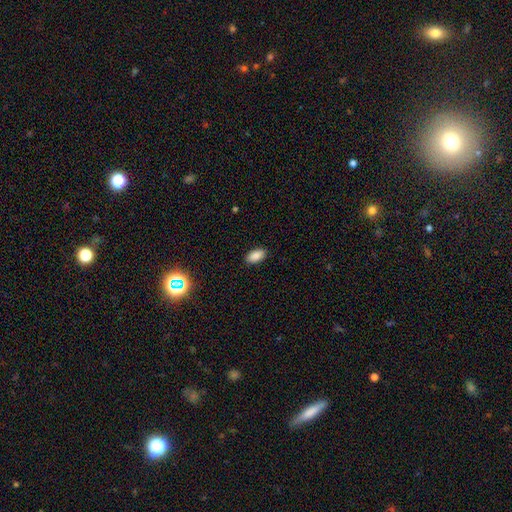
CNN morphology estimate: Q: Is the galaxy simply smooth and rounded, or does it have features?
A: smooth — 87%.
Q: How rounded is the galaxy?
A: in between — 93%.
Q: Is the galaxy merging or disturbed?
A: none — 89%.